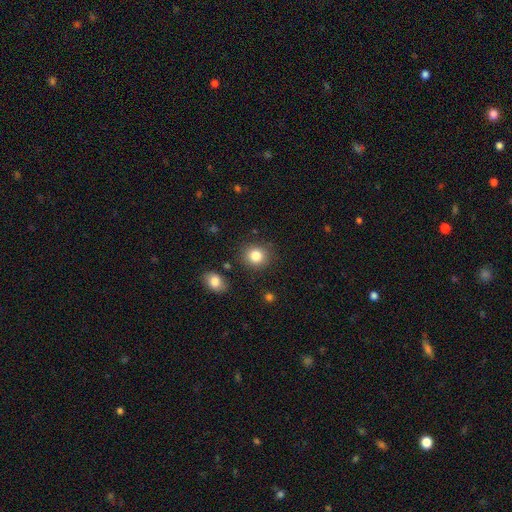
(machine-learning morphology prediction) The model was most divided on "how rounded": round: 82%, in between: 17%, cigar-shaped: 1%. More confident: merging — none (85%); smooth or featured — smooth (83%).